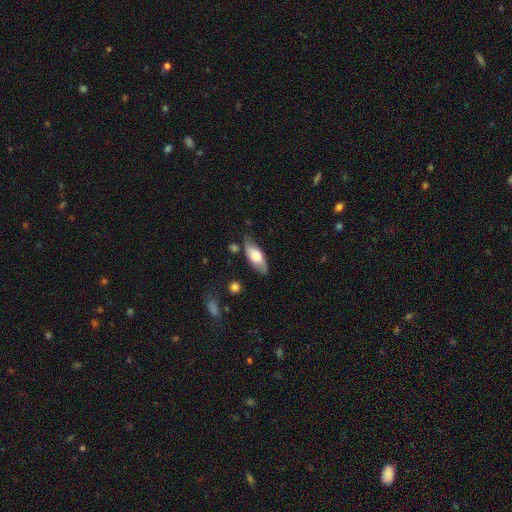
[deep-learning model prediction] Smooth or featured: smooth — 67% (featured or disk — 27%)
How rounded: in between — 79% (cigar-shaped — 19%)
Merging: none — 73% (minor disturbance — 20%)